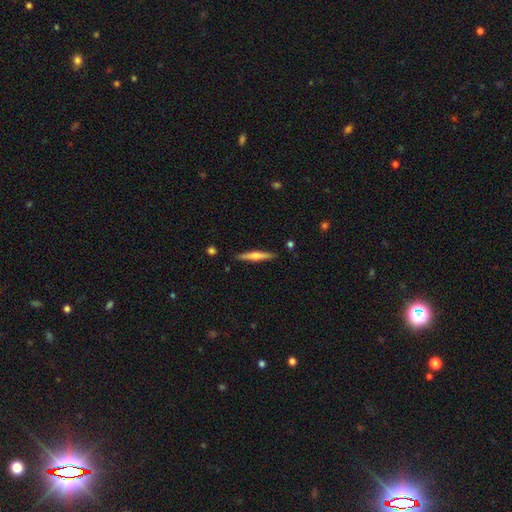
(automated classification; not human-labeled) Morphology: type=featured or disk (51%); edge-on=yes (97%); merging=none (89%).